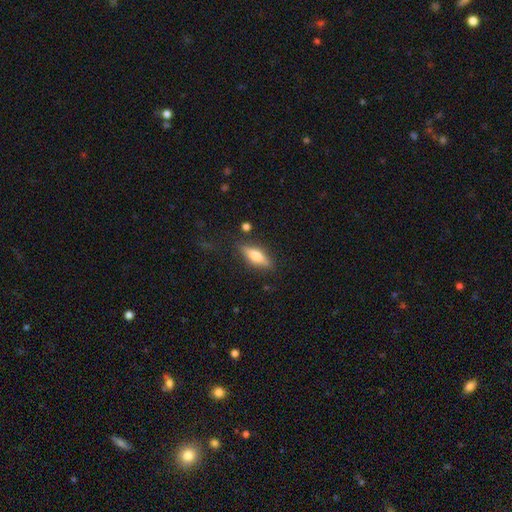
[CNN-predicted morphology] Q: Smooth or featured?
A: smooth (60%); runner-up: featured or disk (33%)
Q: How rounded?
A: in between (54%); runner-up: cigar-shaped (43%)
Q: Merging?
A: none (81%); runner-up: minor disturbance (13%)